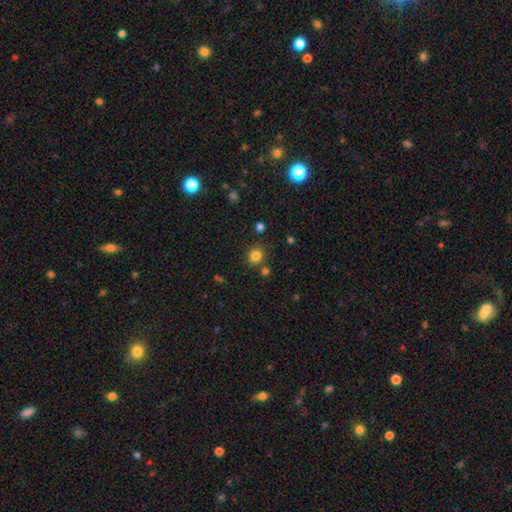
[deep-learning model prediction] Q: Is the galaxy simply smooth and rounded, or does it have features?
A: smooth — 81%.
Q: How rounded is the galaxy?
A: round — 85%.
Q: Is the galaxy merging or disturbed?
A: none — 81%.